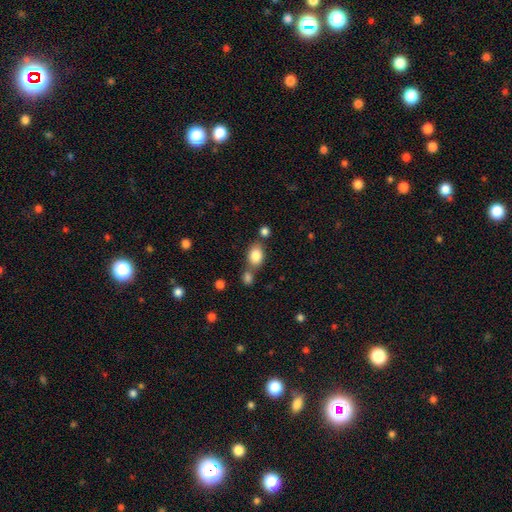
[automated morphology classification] Smooth or featured: smooth — 84% (star or artifact — 9%)
How rounded: in between — 73% (round — 25%)
Merging: none — 59% (merger — 25%)